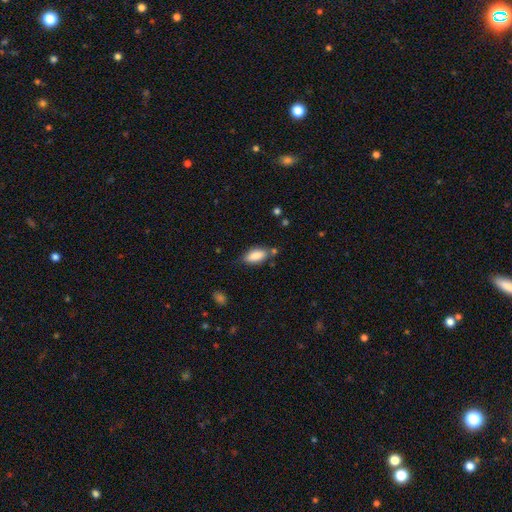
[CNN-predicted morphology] A smooth galaxy with no disk features (85%) that is in between round and cigar-shaped (85%).

Vote fractions:
- Smooth or featured? smooth: 85% / featured or disk: 8% / star or artifact: 7%
- How rounded? in between: 85% / cigar-shaped: 12% / round: 2%
- Merging? none: 70% / minor disturbance: 19% / merger: 6% / major disturbance: 4%